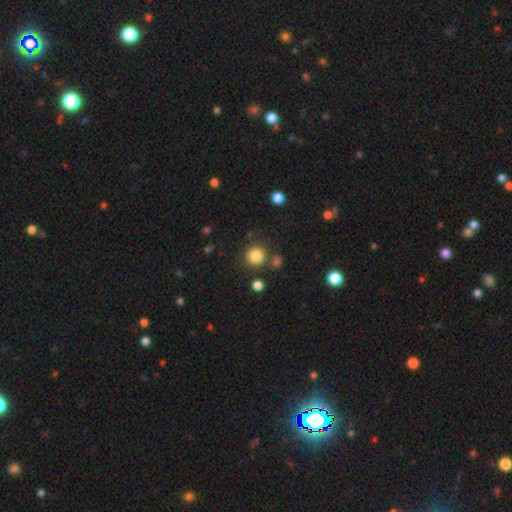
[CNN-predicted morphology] This is clearly a smooth galaxy (84%). How rounded: clearly round (92%). Merging: clearly none (81%).